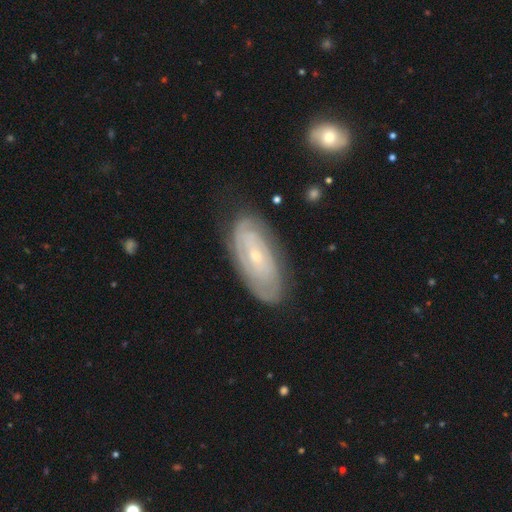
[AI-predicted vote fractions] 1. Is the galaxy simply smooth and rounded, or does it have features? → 75% featured or disk, 19% smooth, 6% star or artifact.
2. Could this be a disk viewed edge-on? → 92% no, 8% yes.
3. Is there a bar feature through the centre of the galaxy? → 66% no, 27% weak, 7% strong.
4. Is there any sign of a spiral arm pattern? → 83% yes, 17% no.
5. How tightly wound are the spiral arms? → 74% tight, 20% medium, 6% loose.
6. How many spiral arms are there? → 55% can't tell, 25% 2, 8% 3, 5% 4, 4% 1, 3% more than 4.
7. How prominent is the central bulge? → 69% small, 28% moderate, 1% large, 1% none, 1% dominant.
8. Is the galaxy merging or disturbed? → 76% none, 18% minor disturbance, 5% major disturbance, 2% merger.